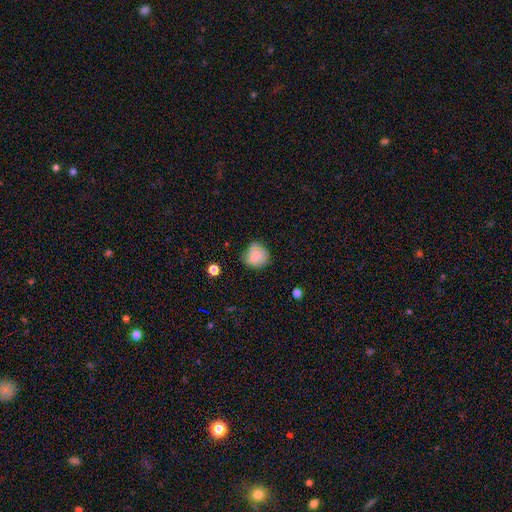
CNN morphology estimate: Overall: smooth (80%). How rounded: round (81%). Merging: none (61%; minor disturbance 28%).